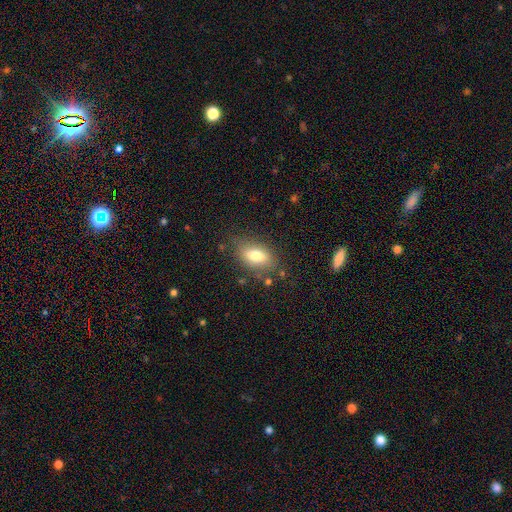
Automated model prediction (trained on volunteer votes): smooth-or-featured: smooth: 71% | featured or disk: 19% | star or artifact: 9%
  how-rounded: in between: 84% | round: 10% | cigar-shaped: 7%
  merging: none: 75% | minor disturbance: 17% | major disturbance: 6% | merger: 3%